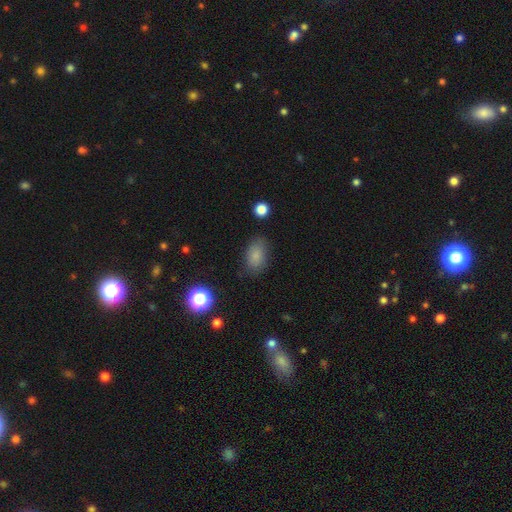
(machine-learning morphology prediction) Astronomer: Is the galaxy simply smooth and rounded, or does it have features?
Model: smooth — 82%.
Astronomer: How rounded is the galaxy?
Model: in between — 87%.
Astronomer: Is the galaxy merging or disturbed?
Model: none — 79%.